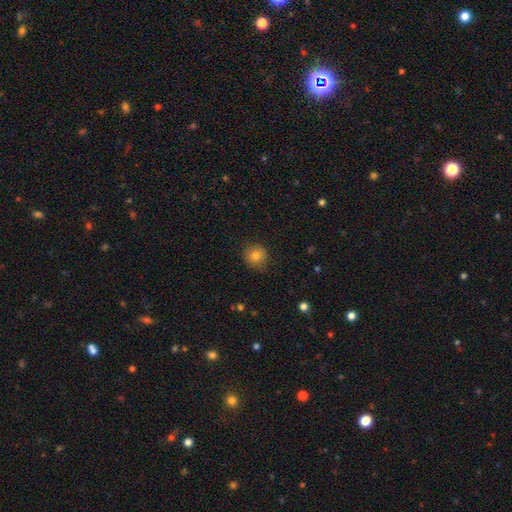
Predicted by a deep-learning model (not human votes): Smooth or featured? Predicted: smooth (p=0.79). How rounded? Predicted: round (p=0.90). Merging? Predicted: none (p=0.85).